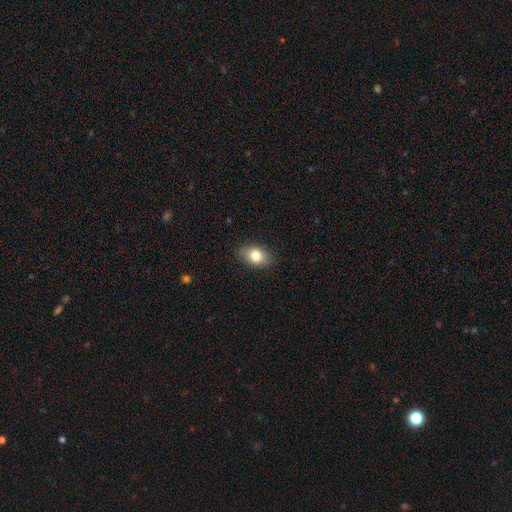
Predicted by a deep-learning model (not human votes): Q: Smooth or featured?
A: smooth (81%); runner-up: featured or disk (11%)
Q: How rounded?
A: in between (78%); runner-up: round (21%)
Q: Merging?
A: none (82%); runner-up: minor disturbance (14%)